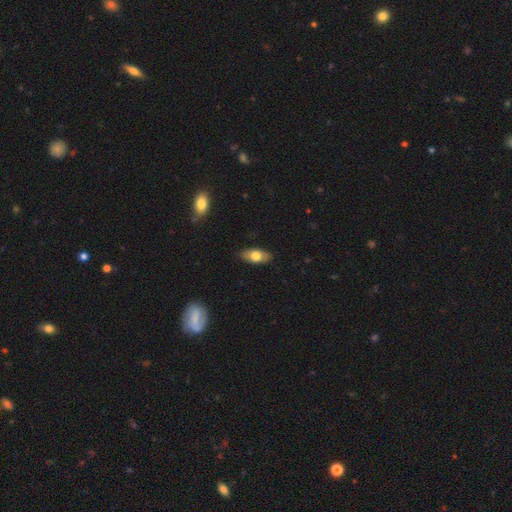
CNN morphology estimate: Overall: smooth (72%). How rounded: in between (88%). Merging: none (86%).